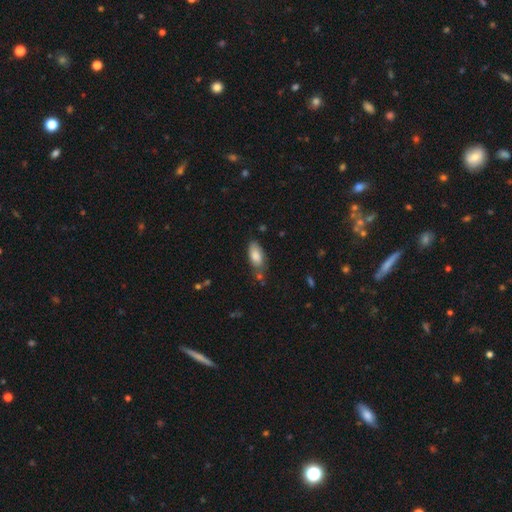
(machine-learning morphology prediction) The model was most divided on "merging": none: 63%, minor disturbance: 25%, merger: 7%, major disturbance: 6%. More confident: how rounded — in between (88%); smooth or featured — smooth (83%).